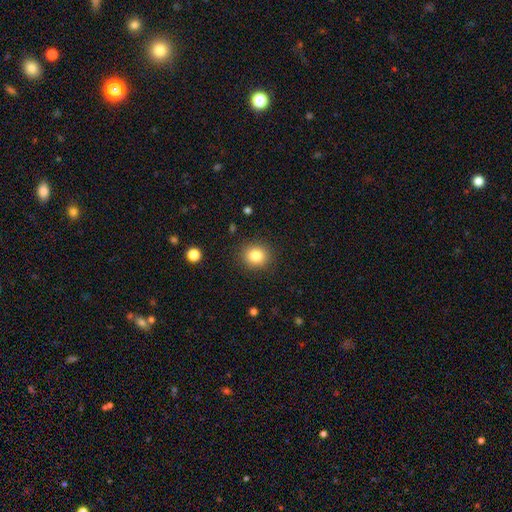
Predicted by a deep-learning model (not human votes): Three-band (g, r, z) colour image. It shows a smooth galaxy with no disk features (83%) that is round (81%). Merging: none (89%).